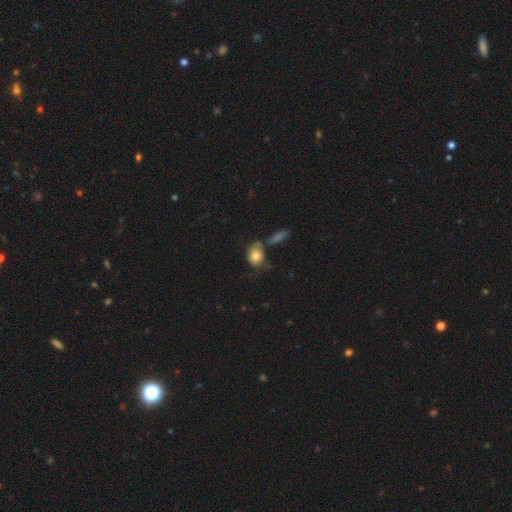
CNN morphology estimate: A smooth galaxy with no disk features (79%) that is in between round and cigar-shaped (69%).

Vote fractions:
- Smooth or featured? smooth: 79% / featured or disk: 13% / star or artifact: 8%
- How rounded? in between: 69% / round: 29% / cigar-shaped: 2%
- Merging? none: 38% / minor disturbance: 26% / merger: 22% / major disturbance: 13%